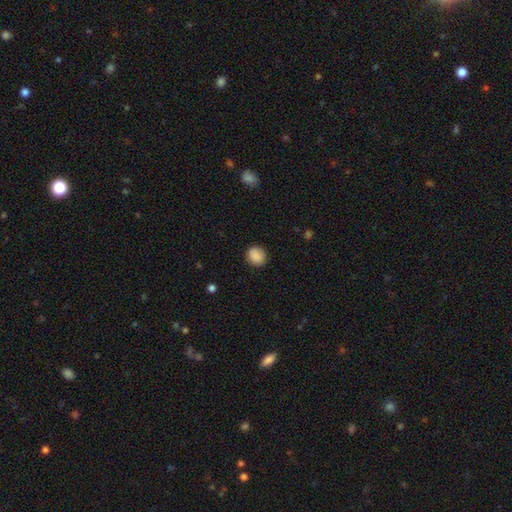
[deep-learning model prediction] This is clearly a smooth galaxy (88%). How rounded: likely round (74%). Merging: clearly none (87%).